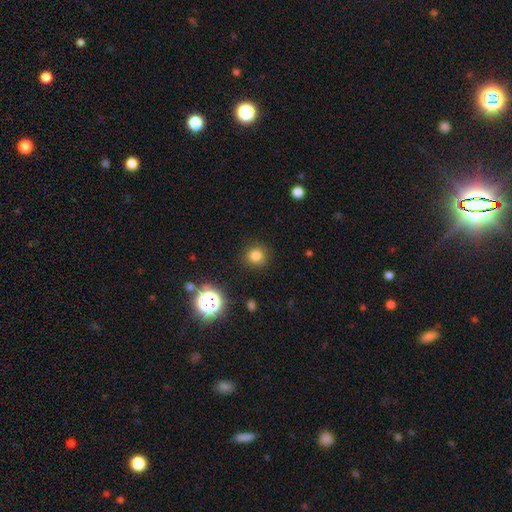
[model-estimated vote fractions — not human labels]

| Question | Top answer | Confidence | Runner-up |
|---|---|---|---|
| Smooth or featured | smooth | 80% | star or artifact (15%) |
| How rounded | round | 91% | in between (8%) |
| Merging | none | 87% | minor disturbance (8%) |